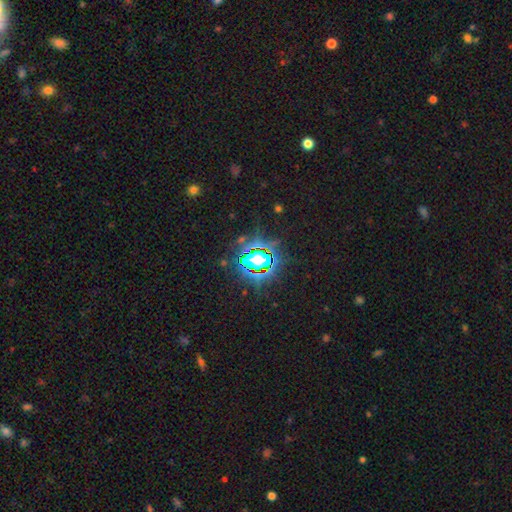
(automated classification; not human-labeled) A star or artifact, not a galaxy (77%).